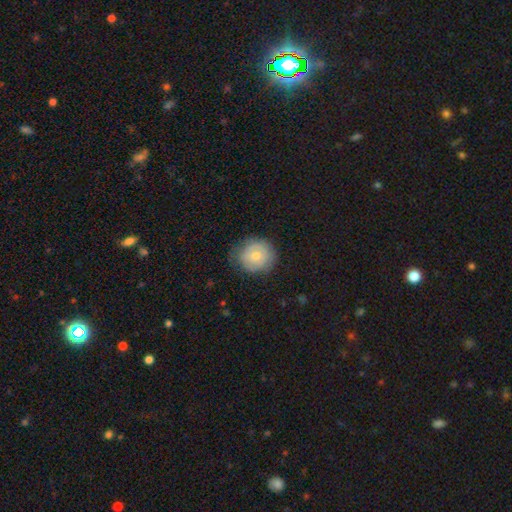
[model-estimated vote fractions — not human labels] The model was most divided on "smooth or featured": smooth: 60%, featured or disk: 32%, star or artifact: 8%. More confident: how rounded — round (87%); merging — none (71%).